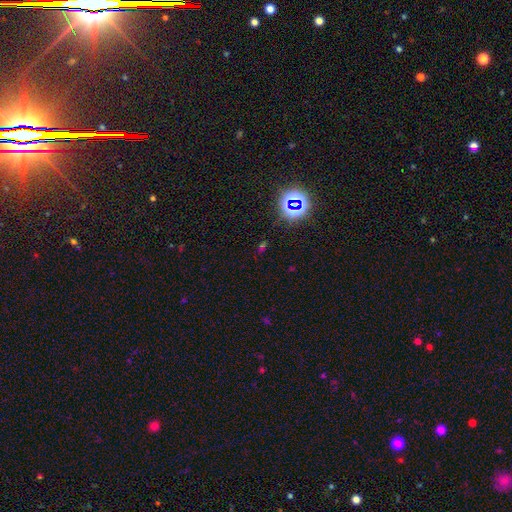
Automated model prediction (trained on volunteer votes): star or artifact 63%, smooth 28%, featured or disk 9%.